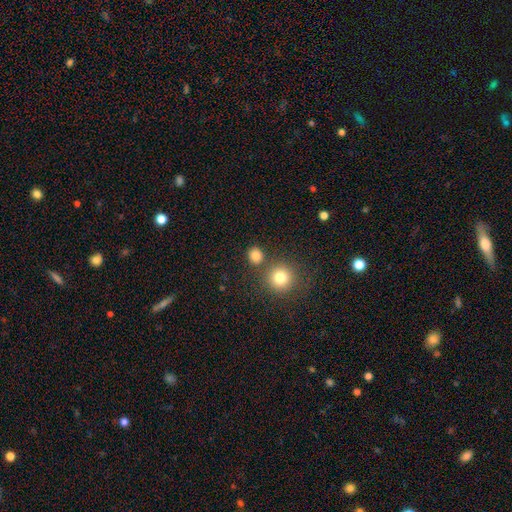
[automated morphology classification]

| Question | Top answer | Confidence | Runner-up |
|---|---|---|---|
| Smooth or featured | smooth | 82% | star or artifact (13%) |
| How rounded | round | 83% | in between (16%) |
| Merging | none | 80% | merger (10%) |